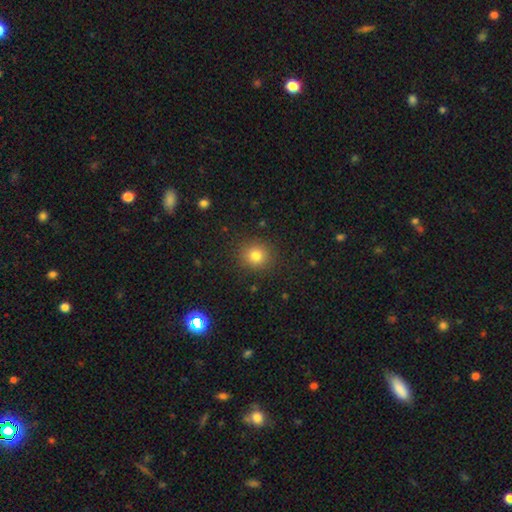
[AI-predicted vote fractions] Smooth or featured: smooth — 80% (star or artifact — 13%)
How rounded: round — 88% (in between — 11%)
Merging: none — 89% (minor disturbance — 7%)